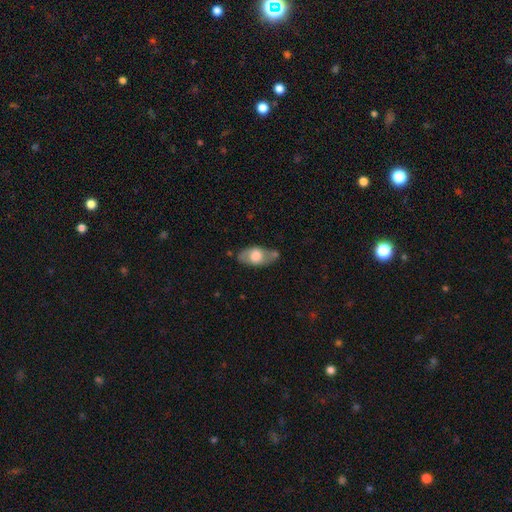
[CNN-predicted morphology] Smooth or featured? Predicted: smooth (p=0.54). How rounded? Predicted: in between (p=0.89). Merging? Predicted: none (p=0.59).